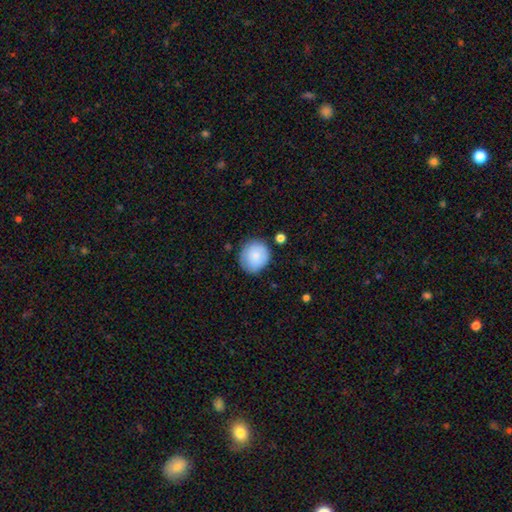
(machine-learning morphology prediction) smooth-or-featured: smooth: 83% | featured or disk: 10% | star or artifact: 7%
  how-rounded: round: 81% | in between: 18% | cigar-shaped: 1%
  merging: none: 75% | minor disturbance: 18% | major disturbance: 4% | merger: 3%